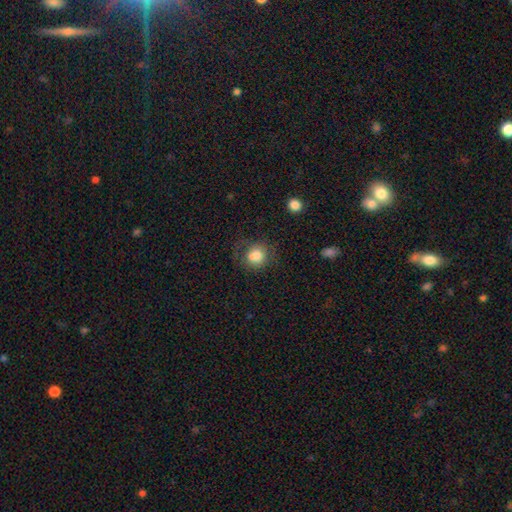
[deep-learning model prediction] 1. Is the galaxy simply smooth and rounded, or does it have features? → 80% smooth, 10% featured or disk, 10% star or artifact.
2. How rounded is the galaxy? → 75% round, 24% in between, 1% cigar-shaped.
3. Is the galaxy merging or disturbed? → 63% none, 20% minor disturbance, 12% major disturbance, 5% merger.